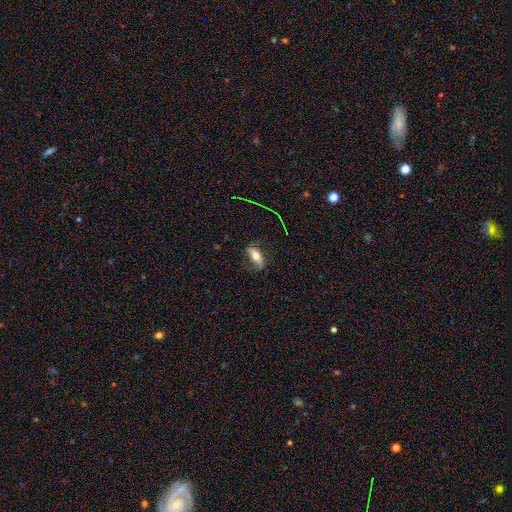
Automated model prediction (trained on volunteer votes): Overall: smooth (59%; featured or disk 32%). How rounded: in between (66%; cigar-shaped 31%). Merging: none (69%).